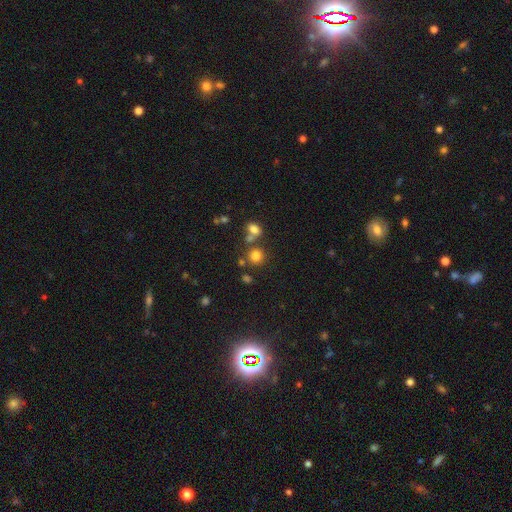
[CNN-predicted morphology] Smooth or featured? smooth (77%)
How rounded? round (84%)
Merging? none (66%)